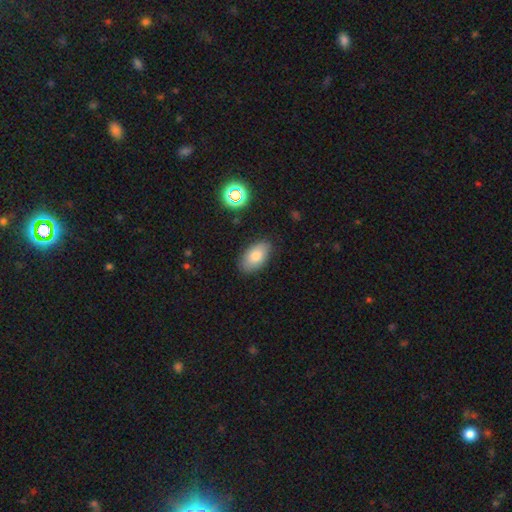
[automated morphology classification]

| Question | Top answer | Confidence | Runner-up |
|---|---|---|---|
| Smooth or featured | smooth | 80% | featured or disk (11%) |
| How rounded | in between | 93% | round (5%) |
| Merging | none | 83% | minor disturbance (12%) |